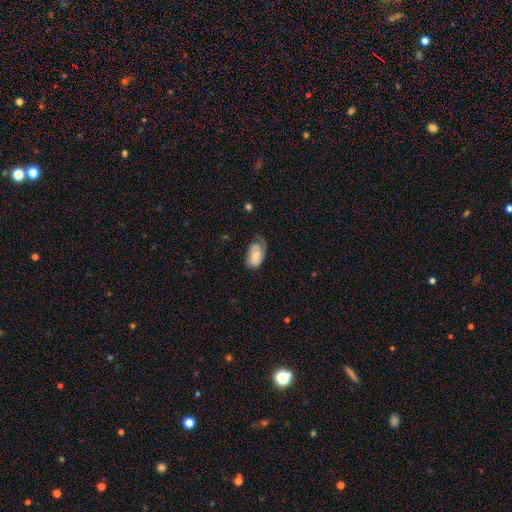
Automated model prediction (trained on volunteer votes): Overall: smooth (53%; featured or disk 40%). How rounded: in between (92%). Merging: none (43%; minor disturbance 35%).